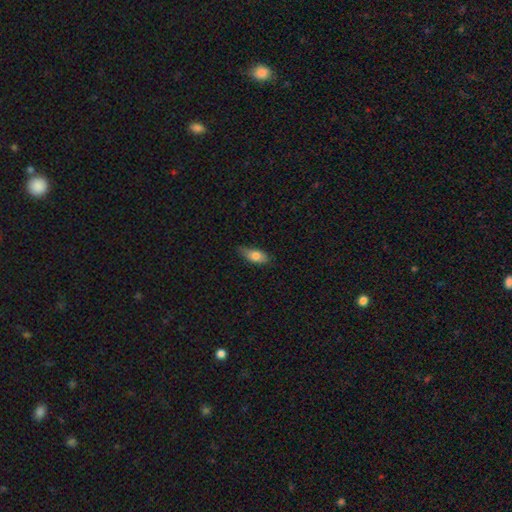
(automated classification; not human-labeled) A smooth galaxy with no disk features (77%) that is in between round and cigar-shaped (80%). Merging: none (75%).